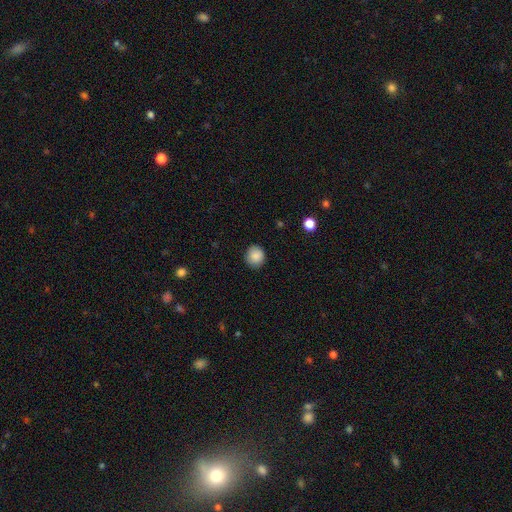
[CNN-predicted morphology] Overall: smooth (87%). How rounded: round (86%). Merging: none (87%).